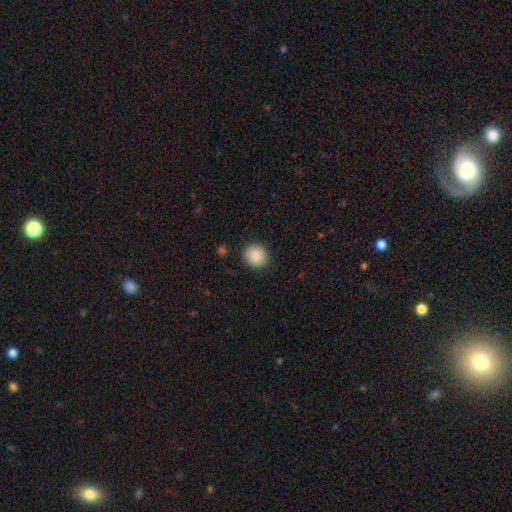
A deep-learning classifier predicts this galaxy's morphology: smooth 88%, star or artifact 8%, featured or disk 4%. Down the decision tree: how rounded — round (88%); merging — none (91%).